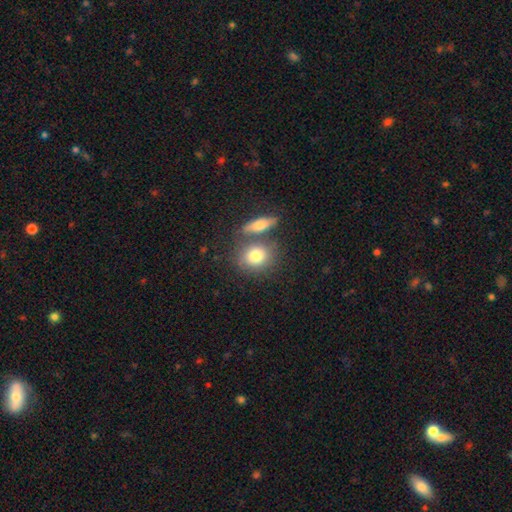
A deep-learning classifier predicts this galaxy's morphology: Smooth or featured? Predicted: smooth (p=0.78). How rounded? Predicted: round (p=0.60). Merging? Predicted: none (p=0.57).